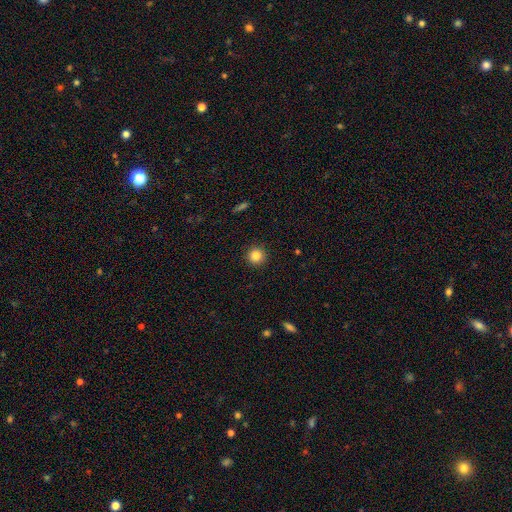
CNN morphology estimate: This is clearly a smooth galaxy (84%). How rounded: clearly round (95%). Merging: clearly none (92%).